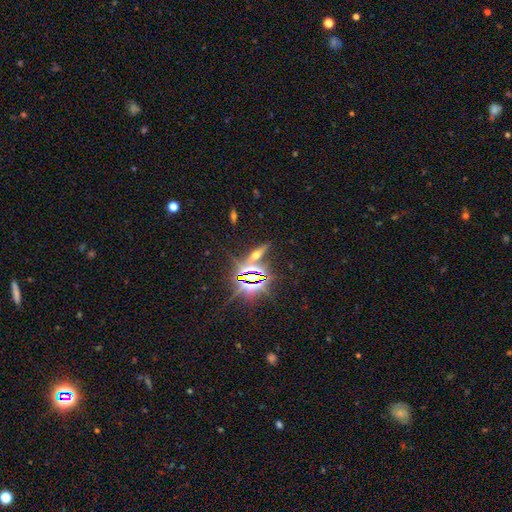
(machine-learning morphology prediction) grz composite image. It shows a star or artifact, not a galaxy (46%).